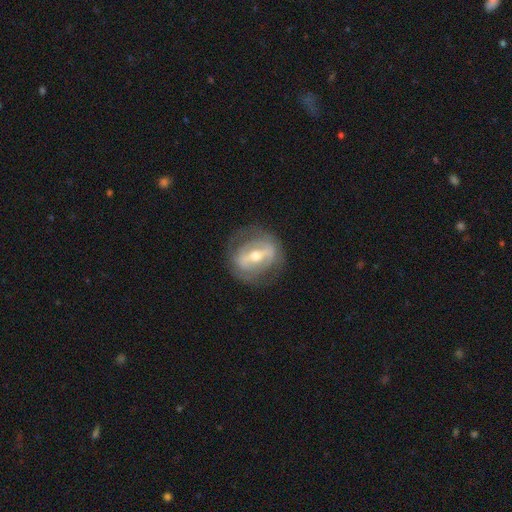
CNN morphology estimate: Q: Smooth or featured?
A: featured or disk (76%); runner-up: smooth (17%)
Q: Edge-on disk?
A: no (88%); runner-up: yes (12%)
Q: Bar?
A: strong (67%); runner-up: weak (22%)
Q: Spiral arms?
A: no (56%); runner-up: yes (44%)
Q: Bulge size?
A: moderate (64%); runner-up: small (30%)
Q: Merging?
A: none (73%); runner-up: minor disturbance (16%)